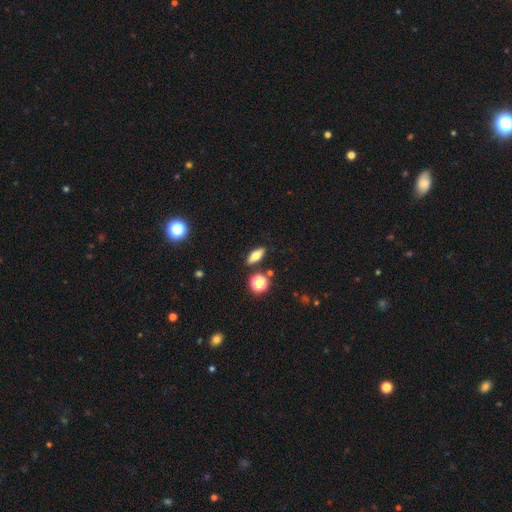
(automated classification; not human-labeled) Q: Smooth or featured?
A: smooth (63%); runner-up: featured or disk (25%)
Q: How rounded?
A: in between (66%); runner-up: cigar-shaped (24%)
Q: Merging?
A: none (85%); runner-up: minor disturbance (9%)